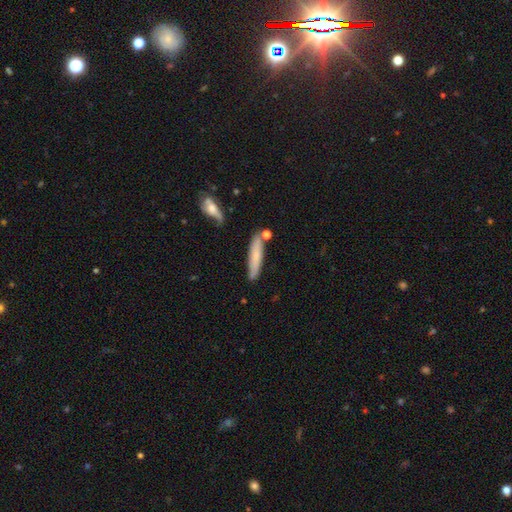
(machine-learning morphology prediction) The model was most divided on "smooth or featured": smooth: 71%, featured or disk: 23%, star or artifact: 7%. More confident: how rounded — cigar-shaped (84%); merging — none (76%).